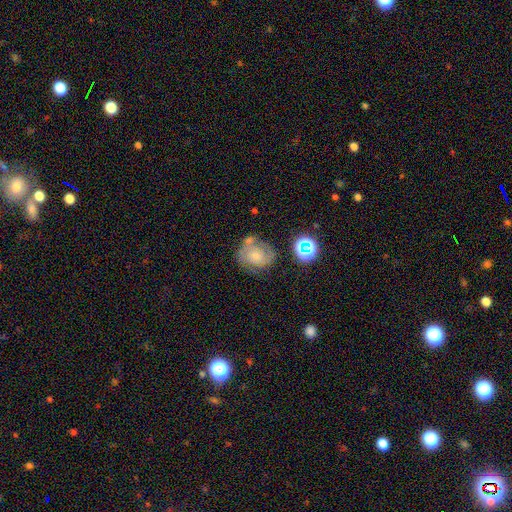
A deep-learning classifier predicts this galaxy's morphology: Overall: smooth (46%; featured or disk 41%). Merging: none (50%; minor disturbance 23%).